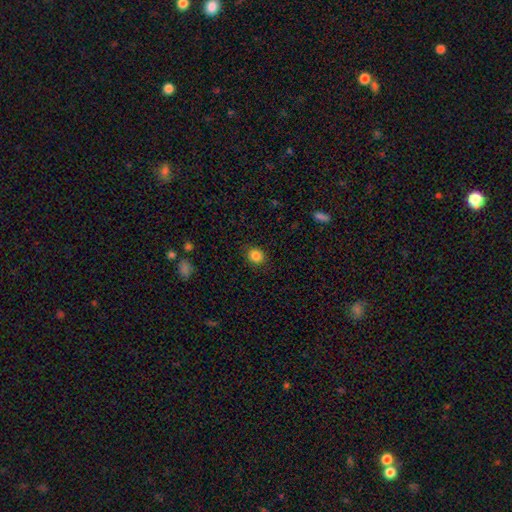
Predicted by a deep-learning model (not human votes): smooth_or_featured: smooth (p=0.85) [alt: star or artifact p=0.11]
how_rounded: round (p=0.75) [alt: in between p=0.24]
merging: none (p=0.88) [alt: minor disturbance p=0.08]